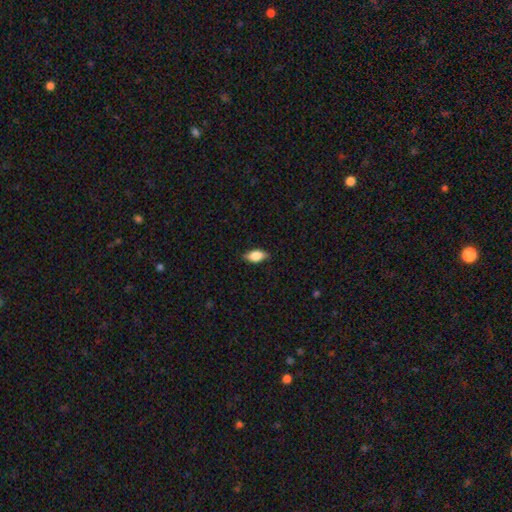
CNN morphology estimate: Smooth or featured? Predicted: smooth (p=0.77). How rounded? Predicted: in between (p=0.86). Merging? Predicted: none (p=0.82).